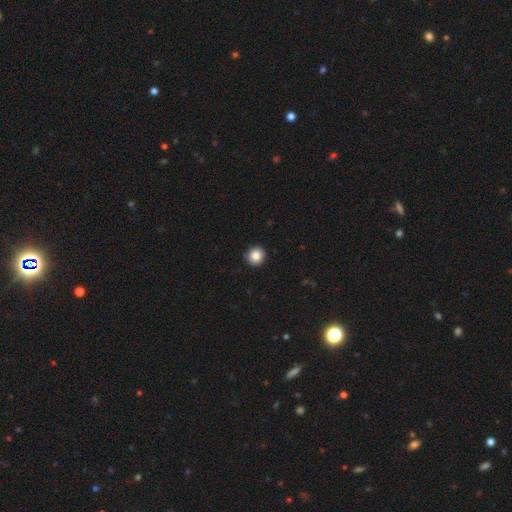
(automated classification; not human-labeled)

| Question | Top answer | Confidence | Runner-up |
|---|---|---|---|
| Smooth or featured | smooth | 86% | star or artifact (9%) |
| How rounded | round | 93% | in between (6%) |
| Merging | none | 92% | minor disturbance (6%) |